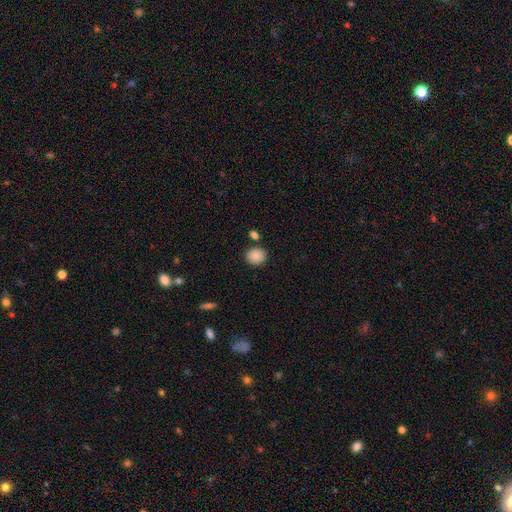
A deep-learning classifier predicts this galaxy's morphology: Smooth or featured? smooth (88%)
How rounded? round (78%)
Merging? none (82%)